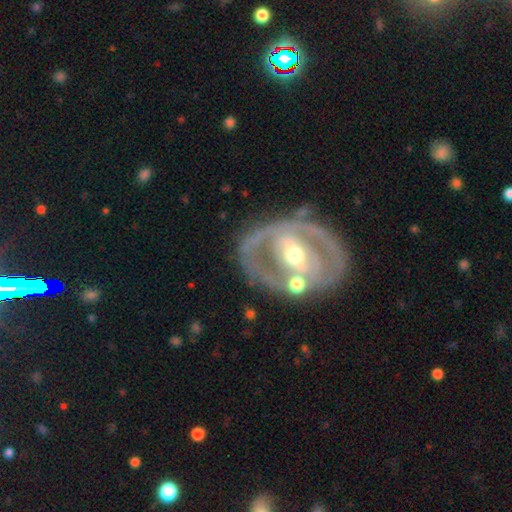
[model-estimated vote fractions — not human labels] Q: Smooth or featured?
A: featured or disk (82%); runner-up: smooth (12%)
Q: Edge-on disk?
A: no (94%); runner-up: yes (6%)
Q: Bar?
A: strong (43%); runner-up: weak (31%)
Q: Spiral arms?
A: yes (56%); runner-up: no (44%)
Q: Bulge size?
A: moderate (59%); runner-up: small (35%)
Q: Merging?
A: none (65%); runner-up: minor disturbance (17%)